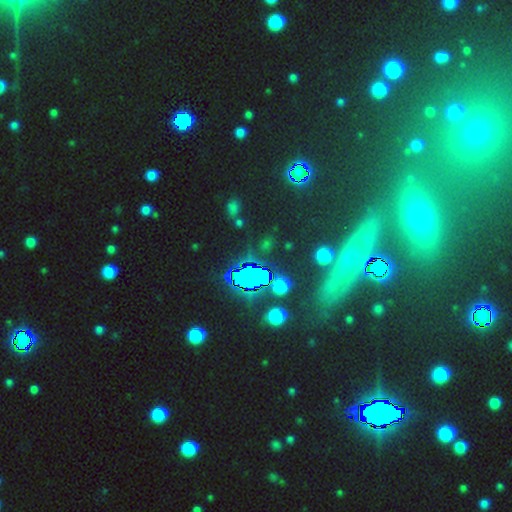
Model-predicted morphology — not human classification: Overall: star or artifact (60%).